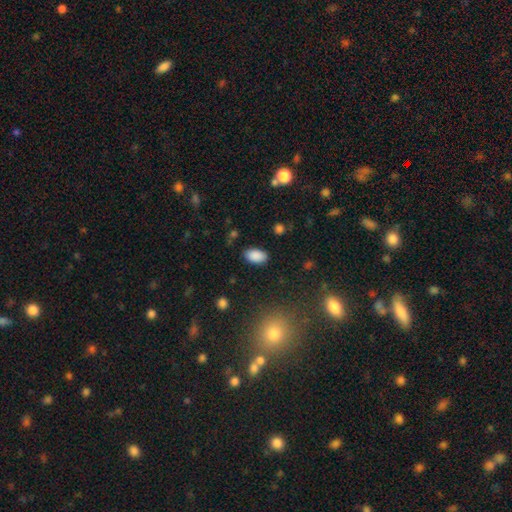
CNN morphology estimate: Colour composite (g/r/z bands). It shows a smooth galaxy with no disk features (88%) that is in between round and cigar-shaped (94%). Merging: none (86%).